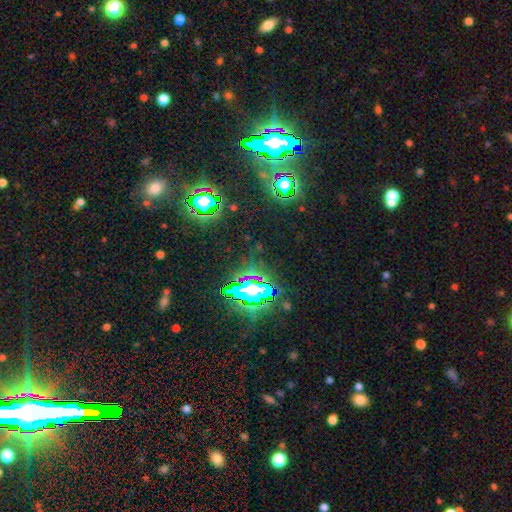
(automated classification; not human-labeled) This appears to be a star or artifact, not a galaxy (82%).